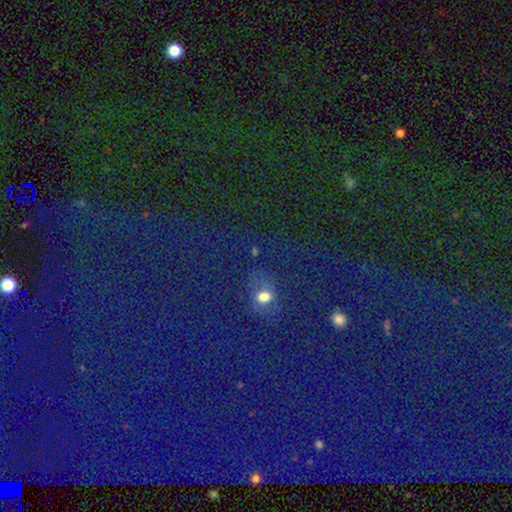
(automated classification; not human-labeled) star or artifact 79%, smooth 12%, featured or disk 8%.